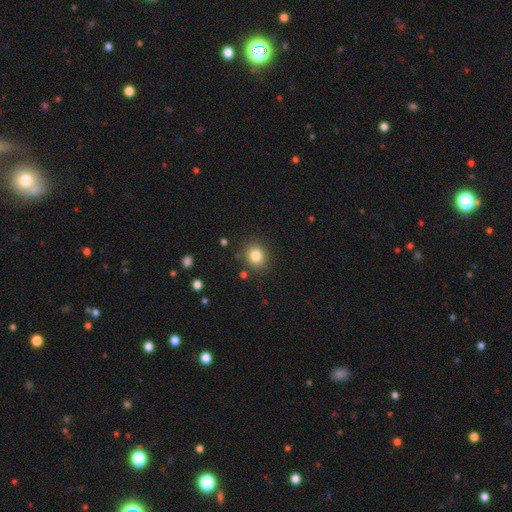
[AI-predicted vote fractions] Q: Smooth or featured?
A: smooth (83%); runner-up: star or artifact (11%)
Q: How rounded?
A: round (78%); runner-up: in between (21%)
Q: Merging?
A: none (87%); runner-up: minor disturbance (8%)